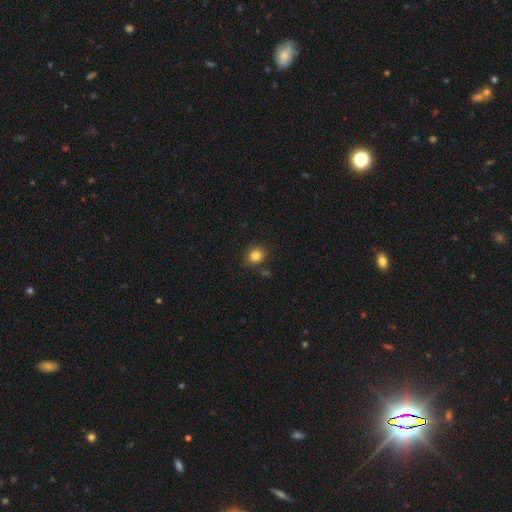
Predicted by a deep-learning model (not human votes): The model was most divided on "how rounded": round: 71%, in between: 28%, cigar-shaped: 1%. More confident: merging — none (84%); smooth or featured — smooth (83%).